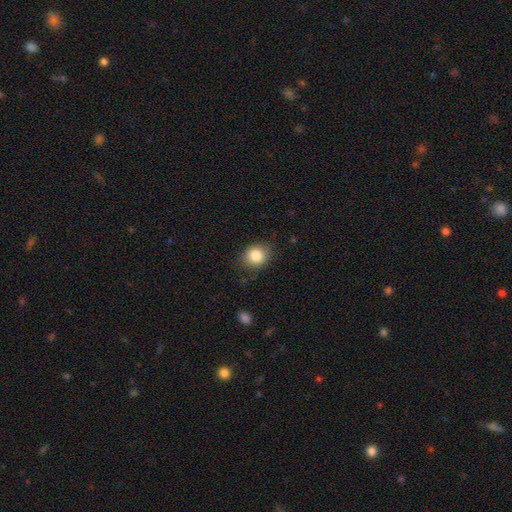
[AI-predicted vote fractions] The model was most divided on "how rounded": round: 62%, in between: 37%, cigar-shaped: 1%. More confident: smooth or featured — smooth (85%); merging — none (81%).